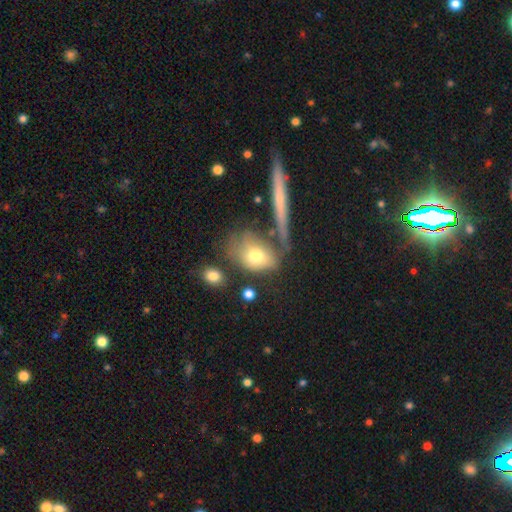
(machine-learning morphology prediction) smooth_or_featured: smooth (p=0.68) [alt: featured or disk p=0.23]
how_rounded: in between (p=0.60) [alt: round p=0.34]
merging: none (p=0.43) [alt: major disturbance p=0.20]